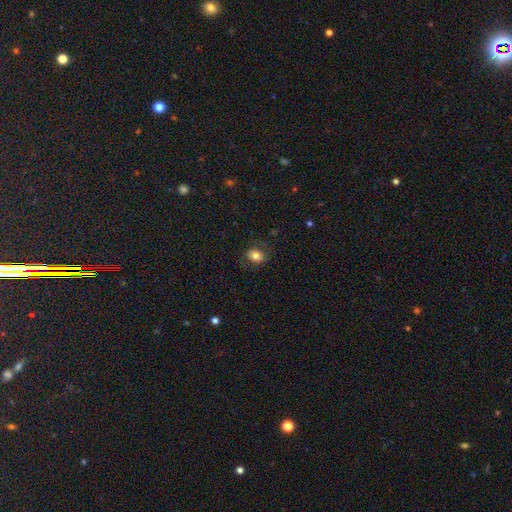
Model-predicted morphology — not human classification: Smooth or featured?
  - smooth: 78% *
  - featured or disk: 12%
  - star or artifact: 10%
How rounded?
  - in between: 53% *
  - round: 46%
  - cigar-shaped: 1%
Merging?
  - none: 77% *
  - minor disturbance: 15%
  - major disturbance: 7%
  - merger: 1%